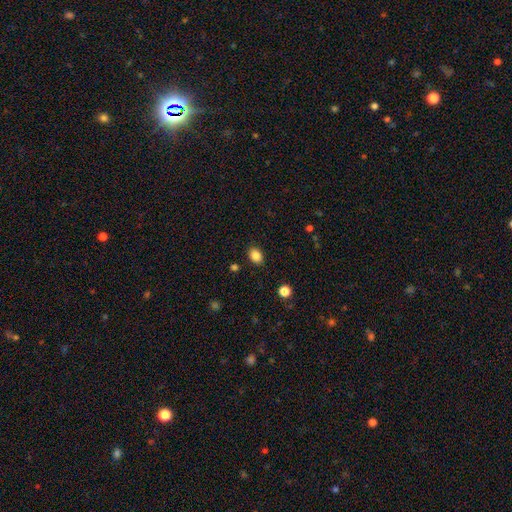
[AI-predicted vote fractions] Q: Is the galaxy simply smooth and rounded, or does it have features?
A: smooth — 85%.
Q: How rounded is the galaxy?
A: in between — 71%.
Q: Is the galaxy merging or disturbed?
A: none — 87%.